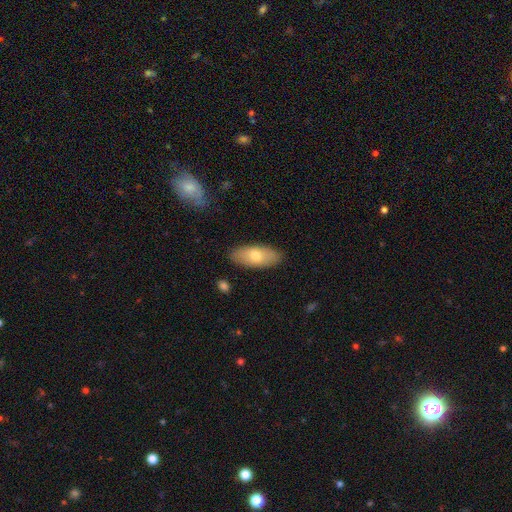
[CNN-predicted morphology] smooth-or-featured: smooth: 68% | featured or disk: 25% | star or artifact: 6%
  how-rounded: in between: 84% | cigar-shaped: 13% | round: 3%
  merging: none: 87% | minor disturbance: 9% | major disturbance: 2% | merger: 1%